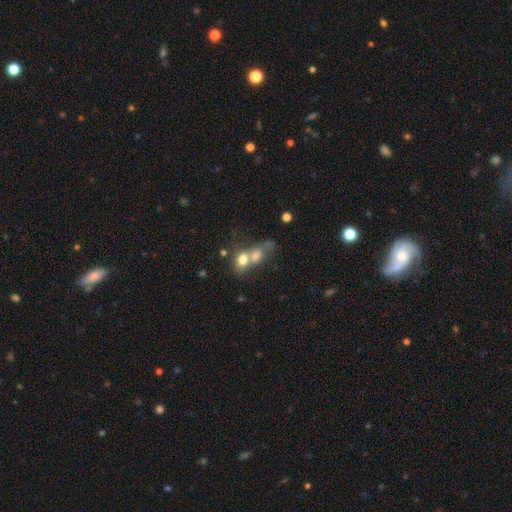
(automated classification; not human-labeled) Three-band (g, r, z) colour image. It shows a smooth galaxy with no disk features (69%) that is in between round and cigar-shaped (53%). Merging: merger (72%).